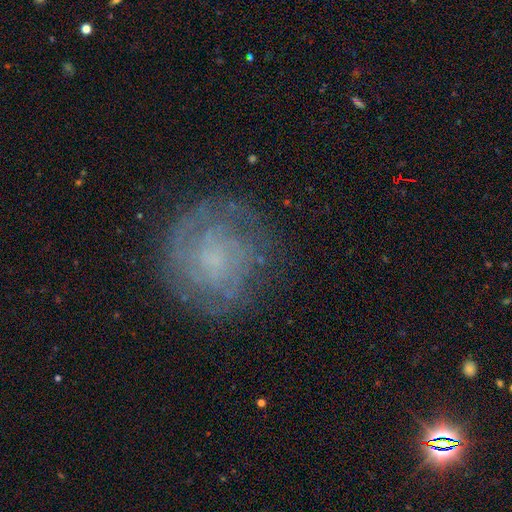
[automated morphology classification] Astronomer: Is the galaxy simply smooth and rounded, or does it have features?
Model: featured or disk — 70%.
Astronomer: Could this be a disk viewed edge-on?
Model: no — 97%.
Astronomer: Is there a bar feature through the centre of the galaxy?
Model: no — 70%.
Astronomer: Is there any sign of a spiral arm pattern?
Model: yes — 92%.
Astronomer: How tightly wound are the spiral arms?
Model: tight — 71%.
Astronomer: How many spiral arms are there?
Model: can't tell — 37% (runner-up: 2, 30%).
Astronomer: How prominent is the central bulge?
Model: small — 54%.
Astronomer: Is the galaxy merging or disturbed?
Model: none — 80%.